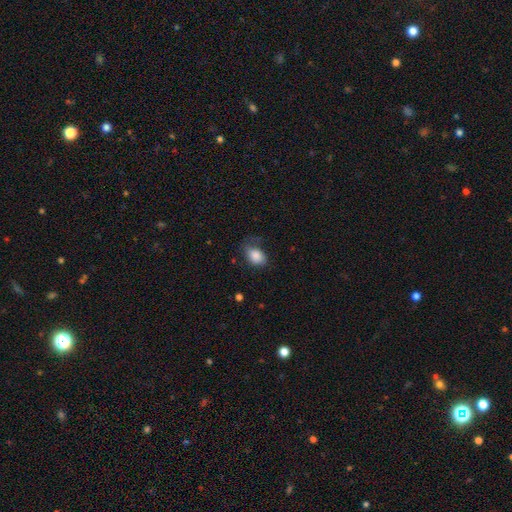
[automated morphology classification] smooth-or-featured: smooth: 82% | featured or disk: 10% | star or artifact: 8%
  how-rounded: in between: 81% | round: 18% | cigar-shaped: 1%
  merging: none: 46% | minor disturbance: 32% | major disturbance: 20% | merger: 2%